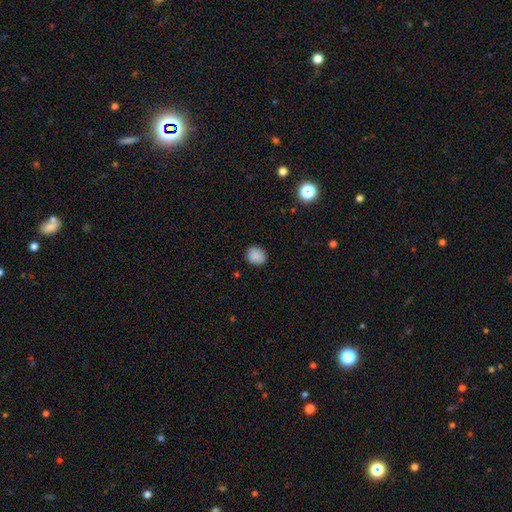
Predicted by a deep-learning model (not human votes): Overall: smooth (87%). How rounded: round (68%; in between 31%). Merging: none (86%).